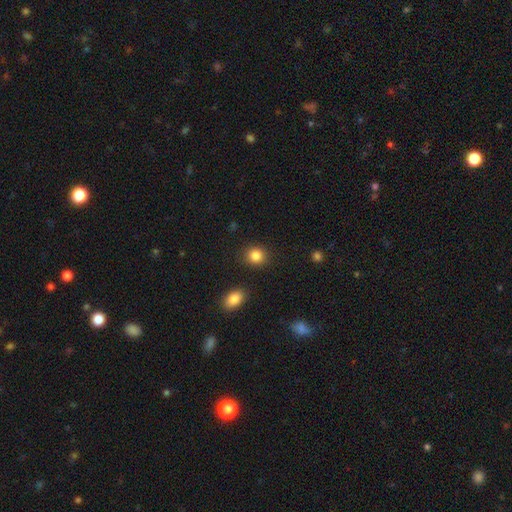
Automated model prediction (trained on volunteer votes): This appears to be a smooth galaxy with no disk features (86%) that is round (80%). Merging: none (88%).